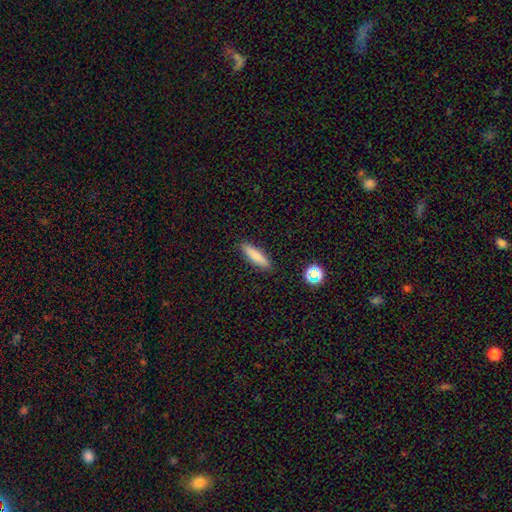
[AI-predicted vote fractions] Smooth or featured? Predicted: smooth (p=0.82). How rounded? Predicted: cigar-shaped (p=0.74). Merging? Predicted: none (p=0.89).